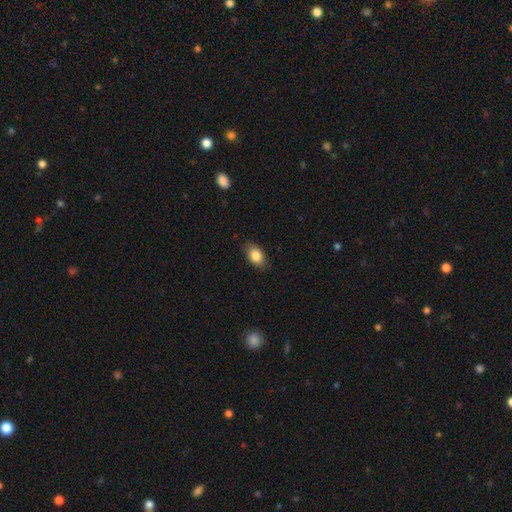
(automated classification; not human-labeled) A smooth galaxy with no disk features (85%) that is in between round and cigar-shaped (87%).

Vote fractions:
- Smooth or featured? smooth: 85% / featured or disk: 8% / star or artifact: 7%
- How rounded? in between: 87% / round: 11% / cigar-shaped: 2%
- Merging? none: 83% / minor disturbance: 13% / major disturbance: 3% / merger: 1%